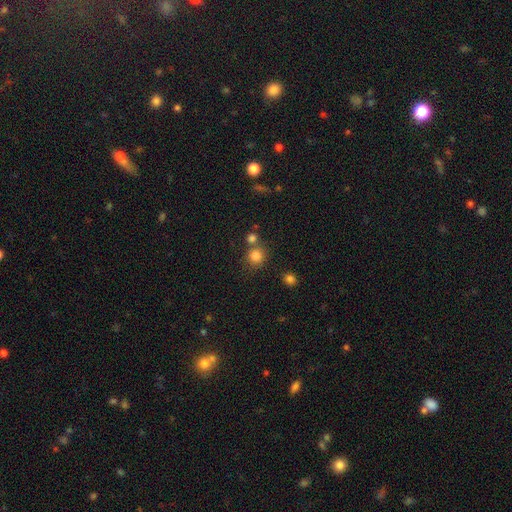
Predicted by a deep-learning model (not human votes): Smooth or featured? smooth (81%)
How rounded? round (90%)
Merging? none (69%)